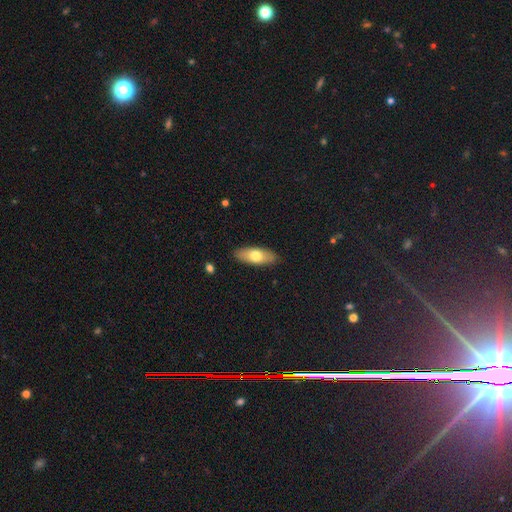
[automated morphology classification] Smooth or featured?
  - smooth: 68% *
  - featured or disk: 26%
  - star or artifact: 6%
How rounded?
  - in between: 77% *
  - cigar-shaped: 20%
  - round: 3%
Merging?
  - none: 88% *
  - minor disturbance: 9%
  - major disturbance: 2%
  - merger: 1%